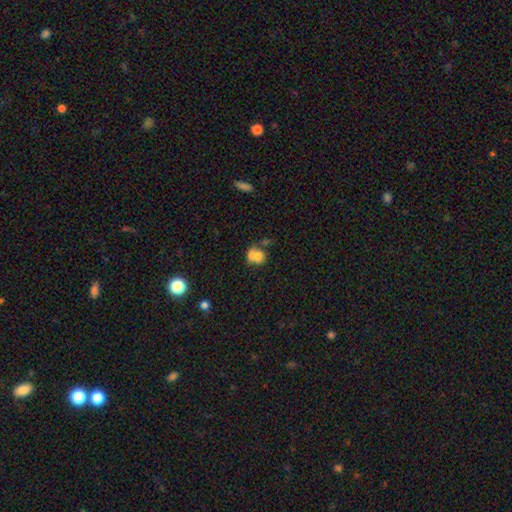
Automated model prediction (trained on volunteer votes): smooth_or_featured: smooth (p=0.68) [alt: featured or disk p=0.21]
how_rounded: round (p=0.61) [alt: in between p=0.37]
merging: merger (p=0.57) [alt: none p=0.26]